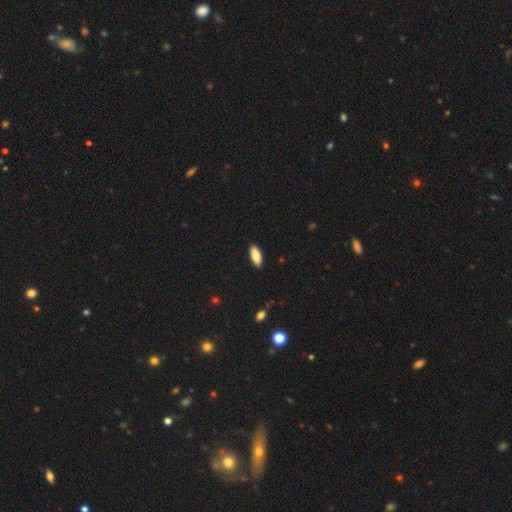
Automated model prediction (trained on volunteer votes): Morphology: type=smooth (85%); roundness=in between (82%); merging=none (89%).